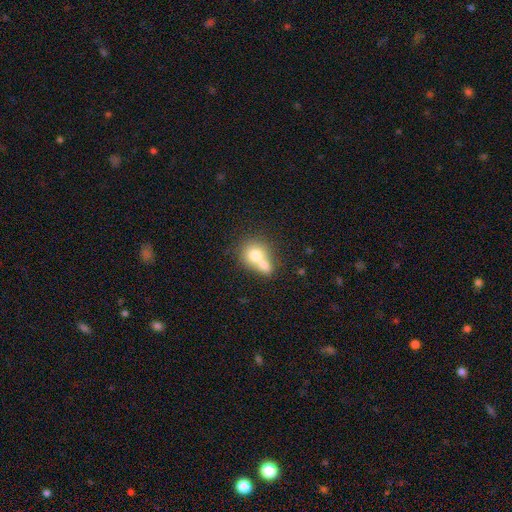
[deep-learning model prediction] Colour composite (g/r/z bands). It shows a smooth galaxy with no disk features (71%) that is round (68%). Merging: merger (66%).